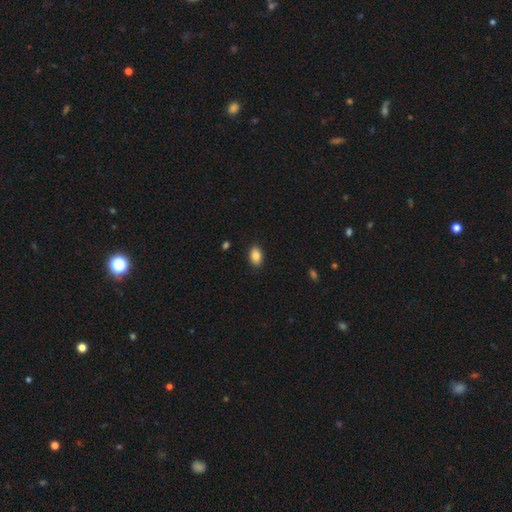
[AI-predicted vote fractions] smooth 87%, star or artifact 8%, featured or disk 5%. Down the decision tree: how rounded — in between (87%); merging — none (89%).